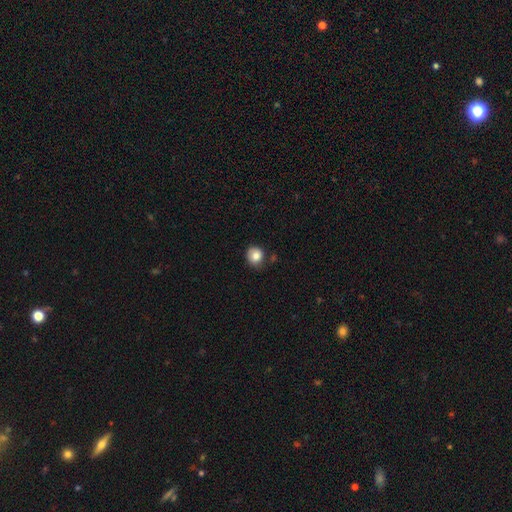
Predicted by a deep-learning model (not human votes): A smooth galaxy with no disk features (84%) that is round (81%).

Vote fractions:
- Smooth or featured? smooth: 84% / star or artifact: 9% / featured or disk: 7%
- How rounded? round: 81% / in between: 18% / cigar-shaped: 1%
- Merging? none: 71% / minor disturbance: 21% / major disturbance: 4% / merger: 4%